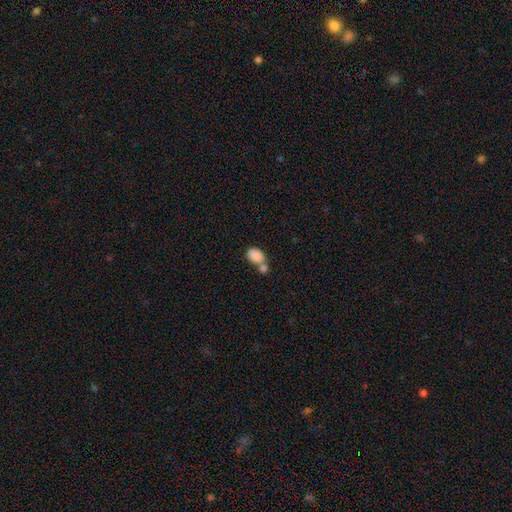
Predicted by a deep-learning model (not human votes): A smooth galaxy with no disk features (86%) that is in between round and cigar-shaped (85%).

Vote fractions:
- Smooth or featured? smooth: 86% / star or artifact: 8% / featured or disk: 6%
- How rounded? in between: 85% / round: 14% / cigar-shaped: 1%
- Merging? merger: 48% / none: 38% / minor disturbance: 10% / major disturbance: 4%